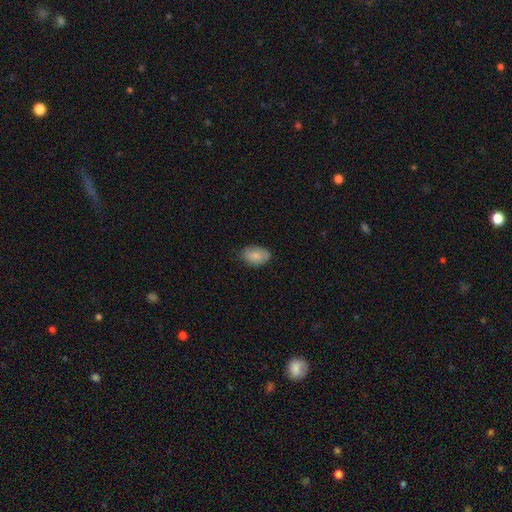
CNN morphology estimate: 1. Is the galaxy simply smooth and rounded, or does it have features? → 79% smooth, 14% featured or disk, 7% star or artifact.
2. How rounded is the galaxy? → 87% in between, 12% round, 1% cigar-shaped.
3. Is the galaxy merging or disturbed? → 74% none, 21% minor disturbance, 4% major disturbance, 1% merger.